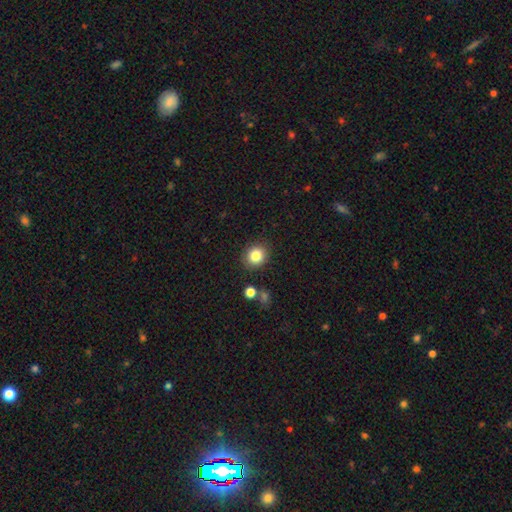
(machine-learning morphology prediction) This is clearly a smooth galaxy (83%). How rounded: likely round (78%). Merging: clearly none (87%).